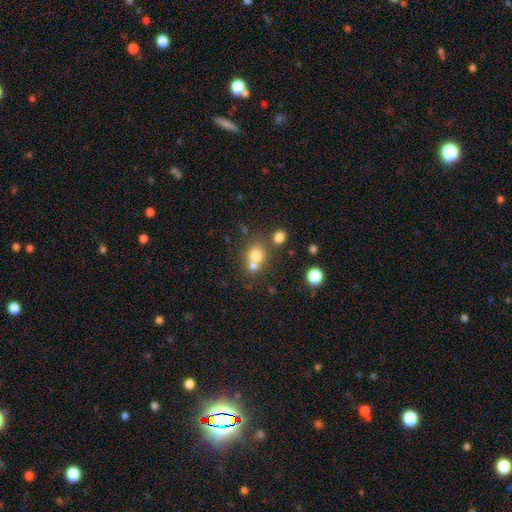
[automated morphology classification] The model was most divided on "merging": merger: 47%, none: 42%, minor disturbance: 7%, major disturbance: 4%. More confident: how rounded — round (77%); smooth or featured — smooth (72%).